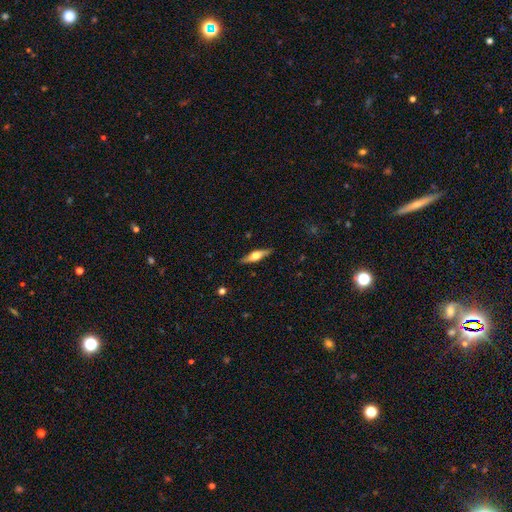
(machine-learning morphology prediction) This appears to be a featured or disk galaxy (60%) viewed edge-on (96%) with a rounded central bulge (91%). Merging: none (89%).